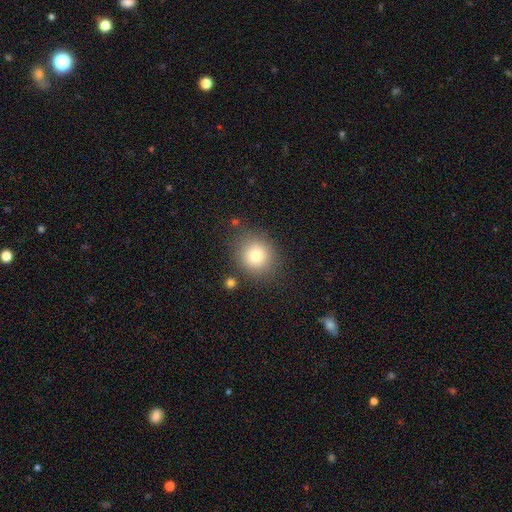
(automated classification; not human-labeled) Smooth or featured? smooth (79%)
How rounded? round (85%)
Merging? none (81%)